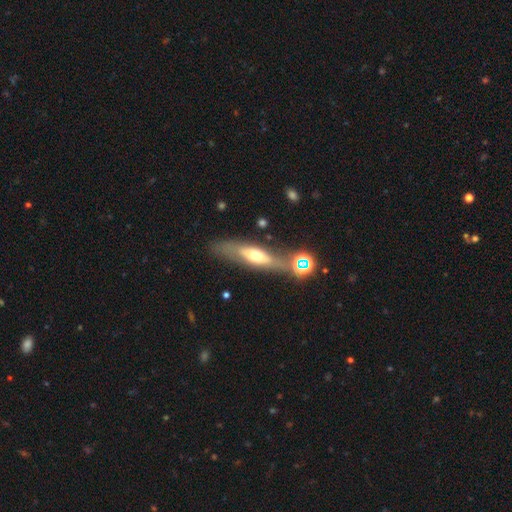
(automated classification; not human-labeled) A featured or disk galaxy (49%).

Vote fractions:
- Smooth or featured? featured or disk: 49% / smooth: 42% / star or artifact: 9%
- Merging? none: 69% / minor disturbance: 16% / merger: 8% / major disturbance: 6%